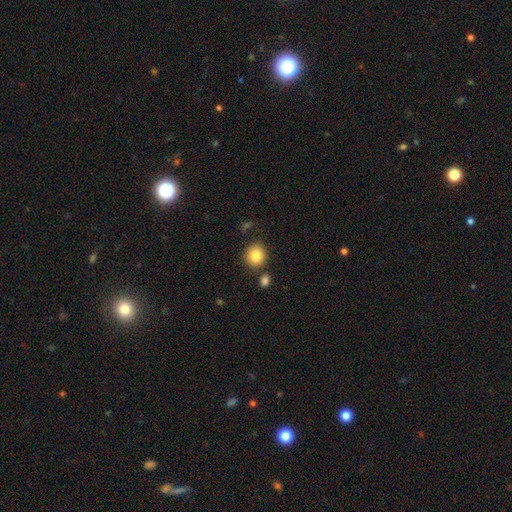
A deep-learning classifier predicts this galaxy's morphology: type=smooth (86%); roundness=round (85%); merging=none (78%).